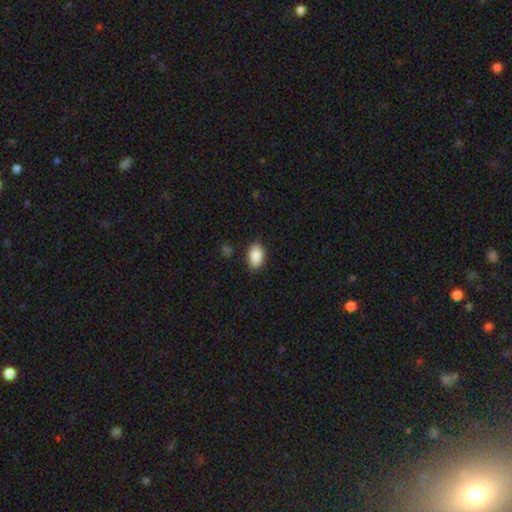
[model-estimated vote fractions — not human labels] The model was most divided on "merging": none: 88%, minor disturbance: 9%, major disturbance: 2%, merger: 1%. More confident: how rounded — in between (91%); smooth or featured — smooth (88%).